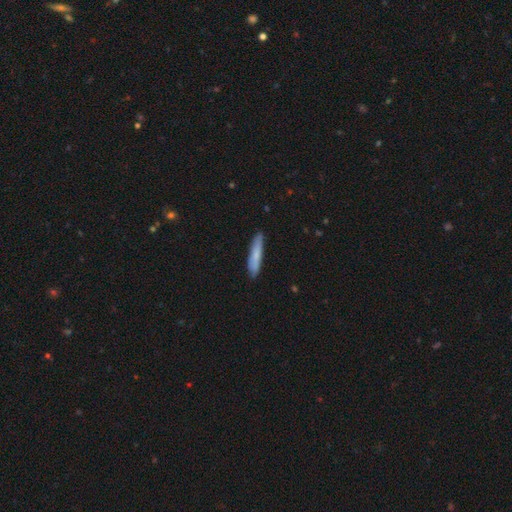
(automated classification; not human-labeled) Smooth or featured: smooth — 74% (featured or disk — 20%)
How rounded: cigar-shaped — 90% (in between — 9%)
Merging: none — 85% (minor disturbance — 12%)